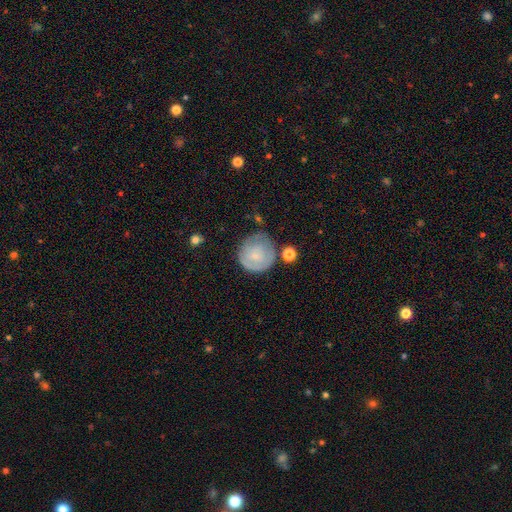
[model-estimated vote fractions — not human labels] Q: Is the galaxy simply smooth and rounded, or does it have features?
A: smooth — 56%.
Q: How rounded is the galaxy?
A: round — 89%.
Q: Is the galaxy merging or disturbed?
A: none — 58%.